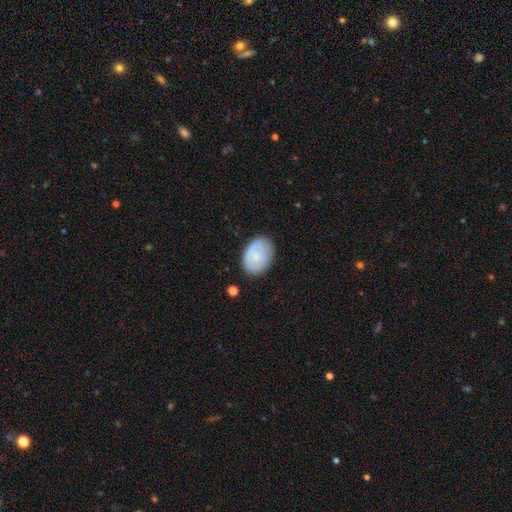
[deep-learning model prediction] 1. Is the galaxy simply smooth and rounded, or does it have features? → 71% smooth, 22% featured or disk, 7% star or artifact.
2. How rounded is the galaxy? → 74% in between, 25% round, 1% cigar-shaped.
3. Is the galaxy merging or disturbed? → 80% none, 15% minor disturbance, 3% major disturbance, 1% merger.